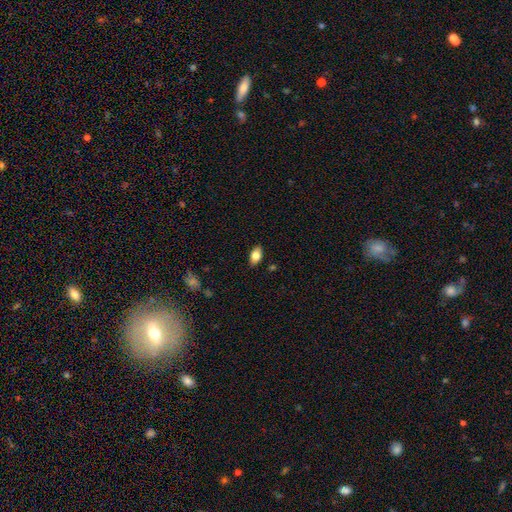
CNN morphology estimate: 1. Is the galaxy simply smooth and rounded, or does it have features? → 79% smooth, 14% featured or disk, 8% star or artifact.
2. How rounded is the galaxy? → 90% in between, 6% round, 4% cigar-shaped.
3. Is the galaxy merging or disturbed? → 87% none, 10% minor disturbance, 2% major disturbance, 1% merger.